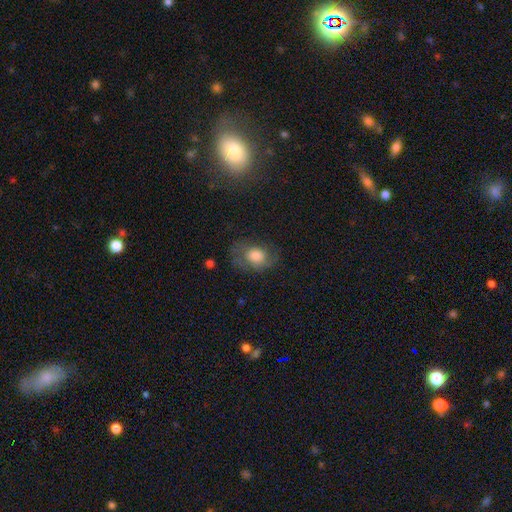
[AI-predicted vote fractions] A smooth galaxy with no disk features (58%) that is in between round and cigar-shaped (53%).

Vote fractions:
- Smooth or featured? smooth: 58% / featured or disk: 32% / star or artifact: 10%
- How rounded? in between: 53% / round: 45% / cigar-shaped: 1%
- Merging? none: 57% / minor disturbance: 24% / major disturbance: 17% / merger: 2%